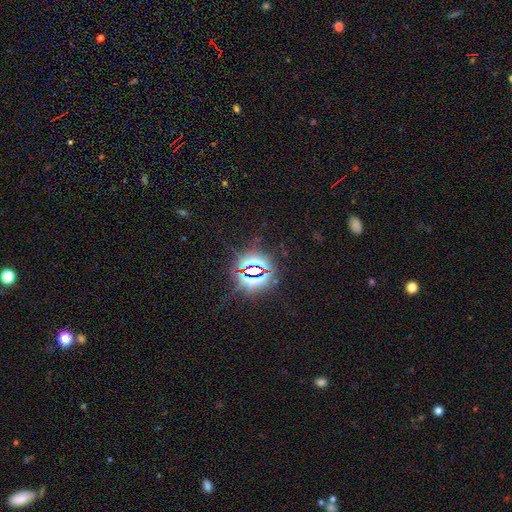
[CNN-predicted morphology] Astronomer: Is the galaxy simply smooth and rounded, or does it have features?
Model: star or artifact — 82%.